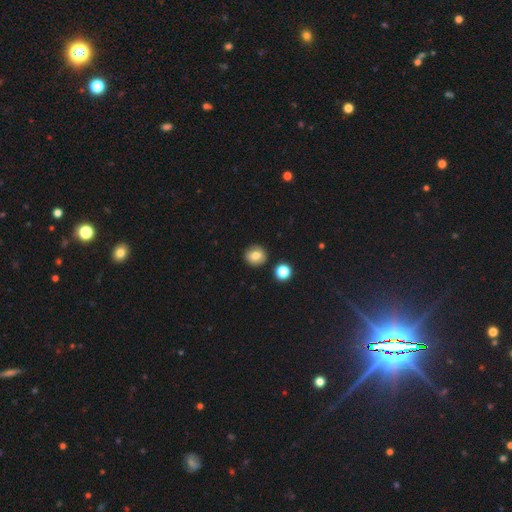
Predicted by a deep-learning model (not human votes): The model was most divided on "smooth or featured": smooth: 78%, featured or disk: 12%, star or artifact: 11%. More confident: merging — none (88%); how rounded — round (86%).